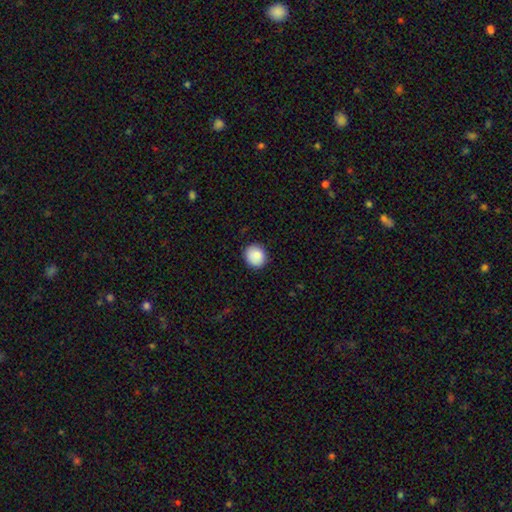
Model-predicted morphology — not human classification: This appears to be a smooth galaxy with no disk features (88%) that is round (85%). Merging: none (89%).